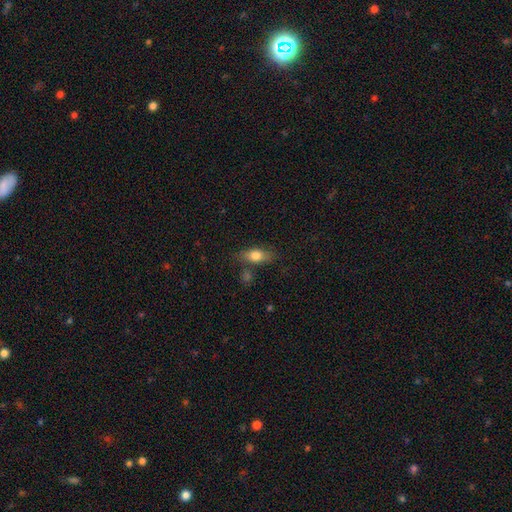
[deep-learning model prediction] Smooth or featured? Predicted: smooth (p=0.74). How rounded? Predicted: in between (p=0.75). Merging? Predicted: none (p=0.72).